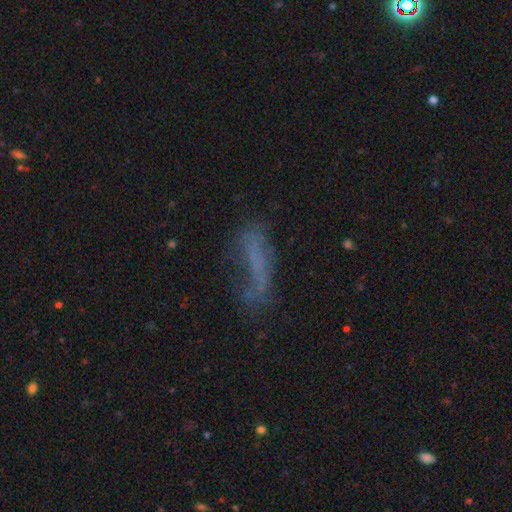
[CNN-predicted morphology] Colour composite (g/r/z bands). It shows a smooth galaxy with no disk features (47%). Merging: none (40%).